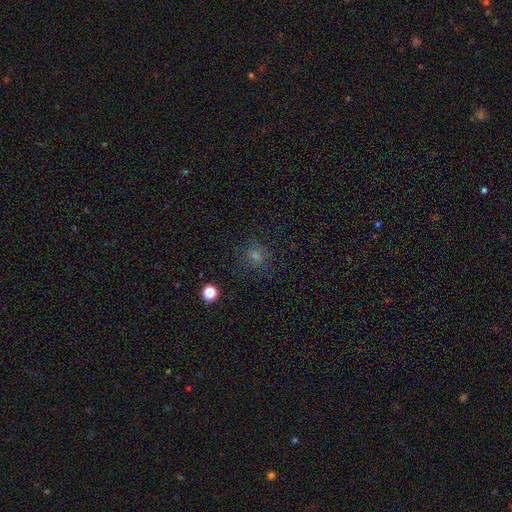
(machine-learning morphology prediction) Q: Smooth or featured?
A: smooth (66%); runner-up: star or artifact (21%)
Q: How rounded?
A: round (77%); runner-up: in between (22%)
Q: Merging?
A: none (74%); runner-up: minor disturbance (15%)